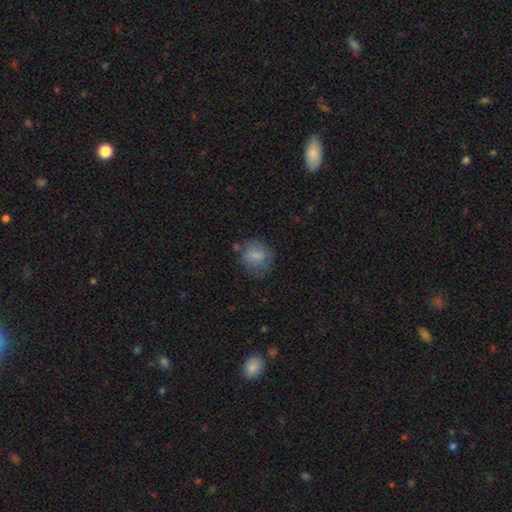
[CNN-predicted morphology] smooth 76%, featured or disk 15%, star or artifact 9%. Down the decision tree: how rounded — round (71%); merging — none (61%).